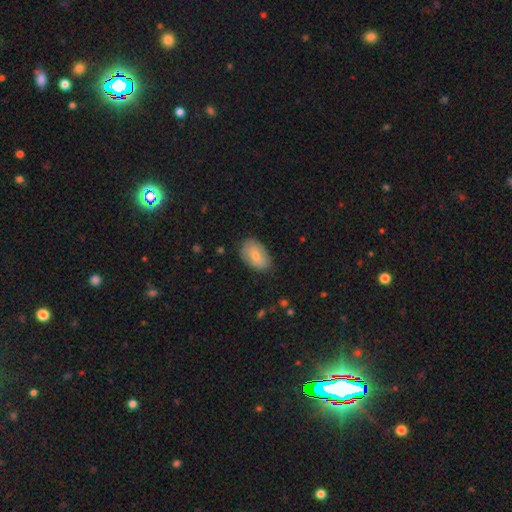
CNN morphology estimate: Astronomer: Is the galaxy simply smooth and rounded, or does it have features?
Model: smooth — 76%.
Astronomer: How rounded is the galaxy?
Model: in between — 91%.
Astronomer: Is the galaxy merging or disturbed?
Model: none — 77%.